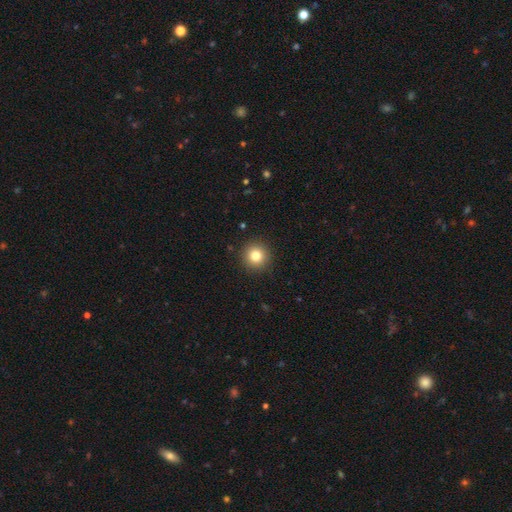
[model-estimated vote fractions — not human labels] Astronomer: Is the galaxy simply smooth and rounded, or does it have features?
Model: smooth — 82%.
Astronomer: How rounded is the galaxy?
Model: round — 94%.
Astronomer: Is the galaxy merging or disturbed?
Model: none — 91%.